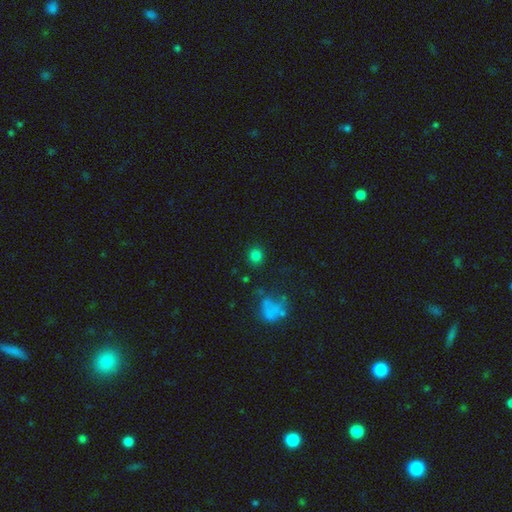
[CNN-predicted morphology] smooth_or_featured: smooth (p=0.79) [alt: star or artifact p=0.15]
how_rounded: round (p=0.88) [alt: in between p=0.11]
merging: none (p=0.85) [alt: minor disturbance p=0.08]